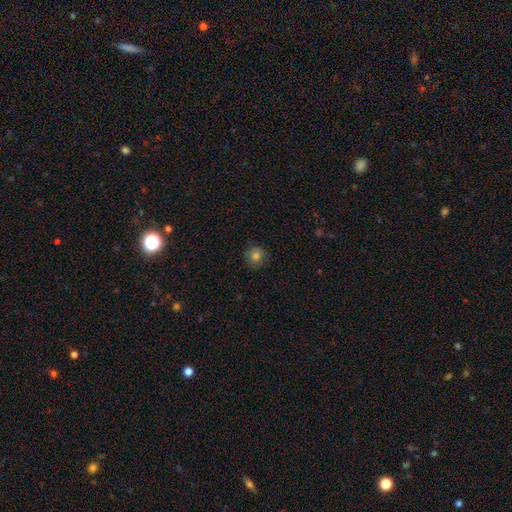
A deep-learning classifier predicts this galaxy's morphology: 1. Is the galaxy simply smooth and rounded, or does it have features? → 82% smooth, 12% star or artifact, 6% featured or disk.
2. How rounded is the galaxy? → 92% round, 7% in between, 1% cigar-shaped.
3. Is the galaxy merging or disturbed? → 87% none, 10% minor disturbance, 2% major disturbance, 1% merger.